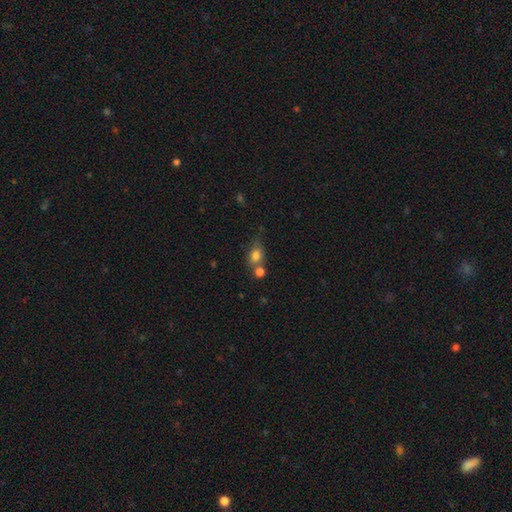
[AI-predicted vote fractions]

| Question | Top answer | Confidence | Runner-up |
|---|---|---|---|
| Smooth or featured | smooth | 77% | featured or disk (12%) |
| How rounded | in between | 61% | round (35%) |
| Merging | none | 45% | merger (33%) |